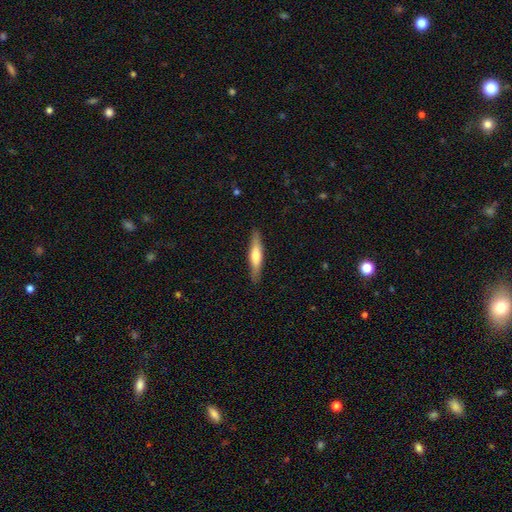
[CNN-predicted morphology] type=smooth (52%); roundness=cigar-shaped (87%); merging=none (88%).